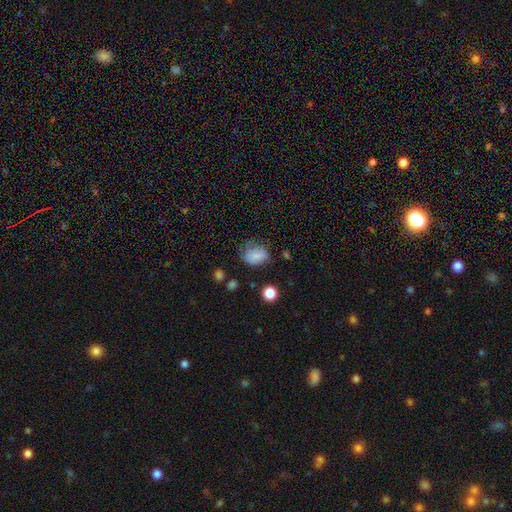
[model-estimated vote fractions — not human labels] A smooth galaxy with no disk features (78%) that is in between round and cigar-shaped (63%).

Vote fractions:
- Smooth or featured? smooth: 78% / featured or disk: 11% / star or artifact: 10%
- How rounded? in between: 63% / round: 36% / cigar-shaped: 1%
- Merging? none: 56% / minor disturbance: 30% / major disturbance: 12% / merger: 3%